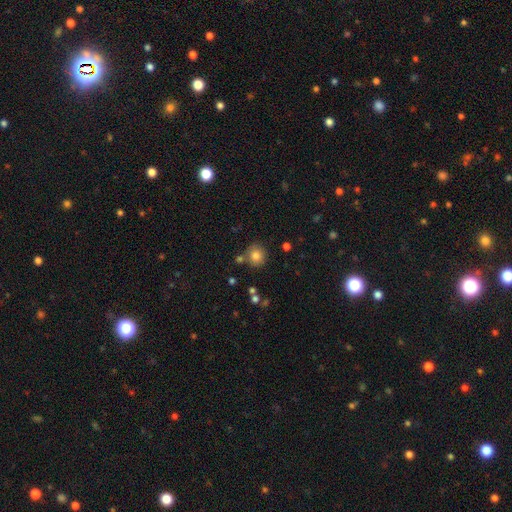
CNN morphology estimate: A smooth galaxy with no disk features (82%) that is round (87%).

Vote fractions:
- Smooth or featured? smooth: 82% / star or artifact: 11% / featured or disk: 7%
- How rounded? round: 87% / in between: 12% / cigar-shaped: 1%
- Merging? none: 77% / minor disturbance: 11% / merger: 10% / major disturbance: 3%